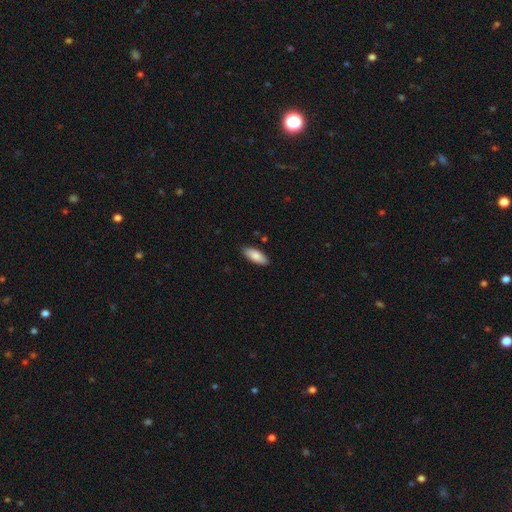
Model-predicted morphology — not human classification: smooth 86%, featured or disk 8%, star or artifact 6%. Down the decision tree: how rounded — in between (80%); merging — none (88%).